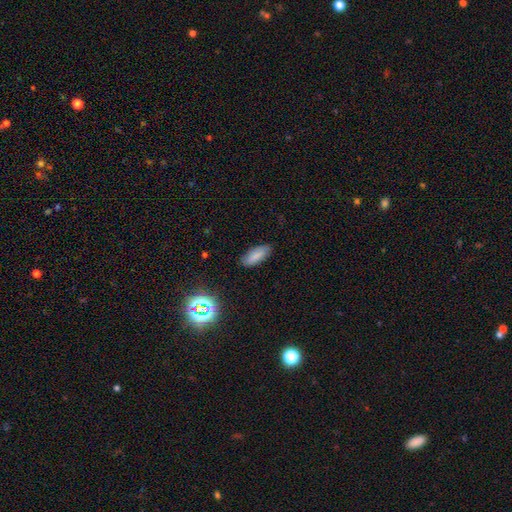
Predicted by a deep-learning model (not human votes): A smooth galaxy with no disk features (83%) that is in between round and cigar-shaped (78%). Merging: none (86%).